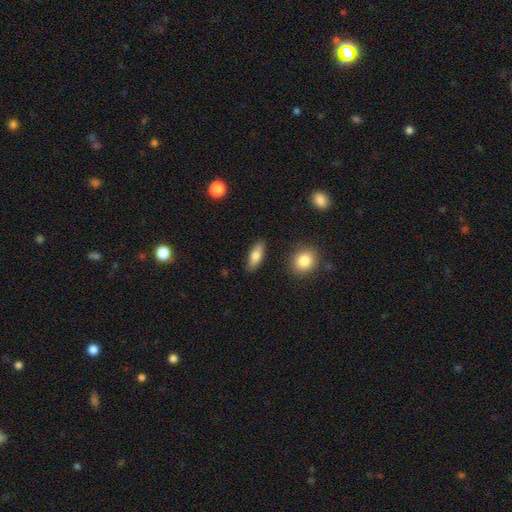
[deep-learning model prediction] The model was most divided on "how rounded": in between: 63%, cigar-shaped: 34%, round: 3%. More confident: merging — none (86%); smooth or featured — smooth (72%).